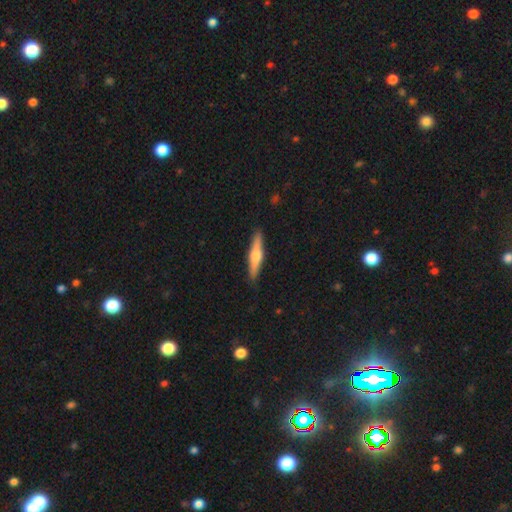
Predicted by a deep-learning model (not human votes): featured or disk 54%, smooth 40%, star or artifact 6%. Down the decision tree: edge-on disk — yes (96%); edge-on bulge — rounded (91%); merging — none (89%).